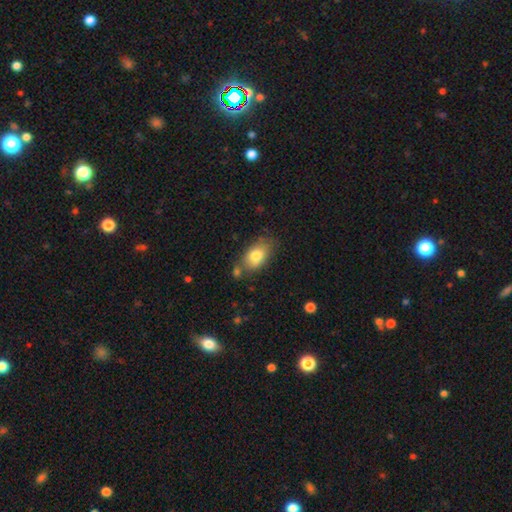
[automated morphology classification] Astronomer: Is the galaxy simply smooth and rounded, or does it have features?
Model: smooth — 78%.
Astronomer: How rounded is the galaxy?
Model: in between — 89%.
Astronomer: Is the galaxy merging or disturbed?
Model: none — 63%.